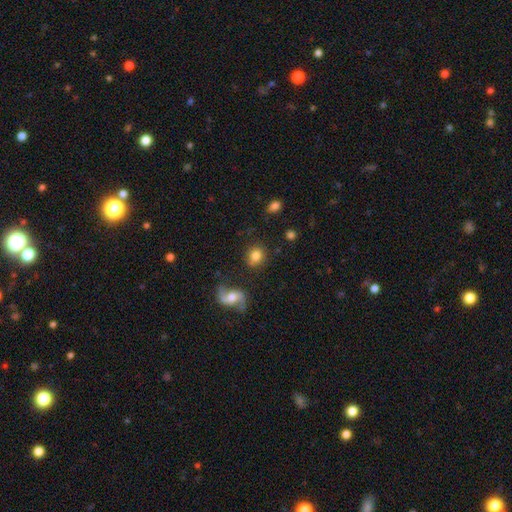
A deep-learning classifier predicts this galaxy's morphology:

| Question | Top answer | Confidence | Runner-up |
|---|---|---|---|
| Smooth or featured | smooth | 76% | featured or disk (15%) |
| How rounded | round | 79% | in between (19%) |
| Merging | none | 78% | minor disturbance (12%) |